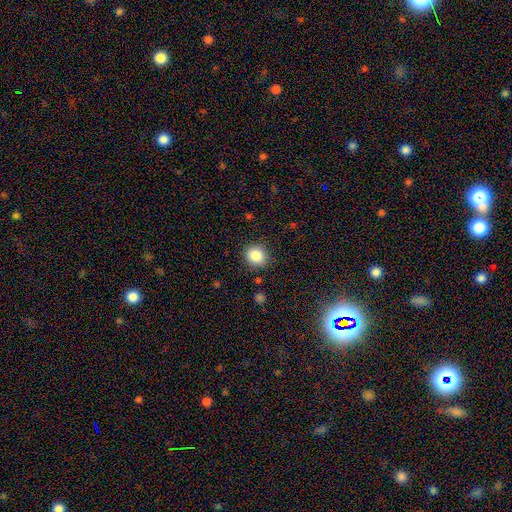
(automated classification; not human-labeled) Smooth or featured: smooth — 85% (star or artifact — 10%)
How rounded: round — 86% (in between — 13%)
Merging: none — 87% (minor disturbance — 9%)